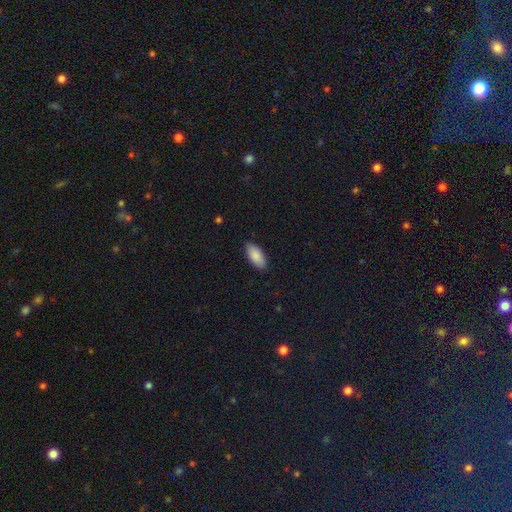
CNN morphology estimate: smooth_or_featured: smooth (p=0.88) [alt: star or artifact p=0.06]
how_rounded: in between (p=0.91) [alt: cigar-shaped p=0.07]
merging: none (p=0.87) [alt: minor disturbance p=0.10]